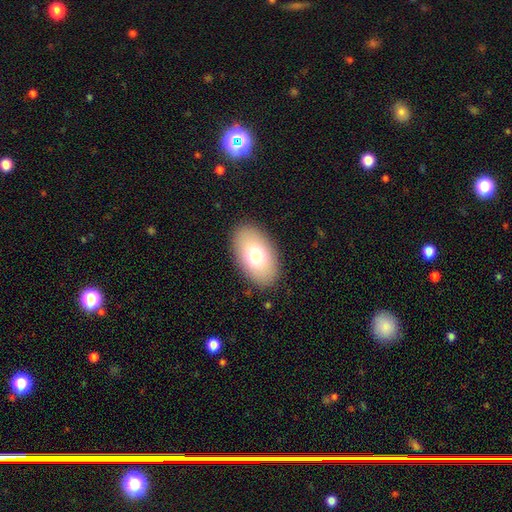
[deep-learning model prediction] Smooth or featured? smooth (71%)
How rounded? in between (90%)
Merging? none (87%)